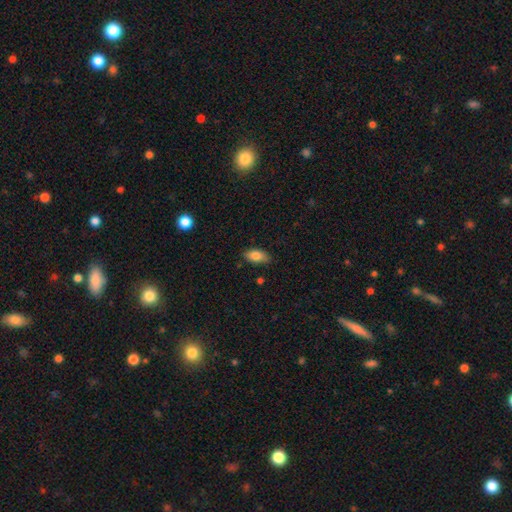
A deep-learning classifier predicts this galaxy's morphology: This is clearly a smooth galaxy (82%). How rounded: clearly in between (89%). Merging: likely none (78%).